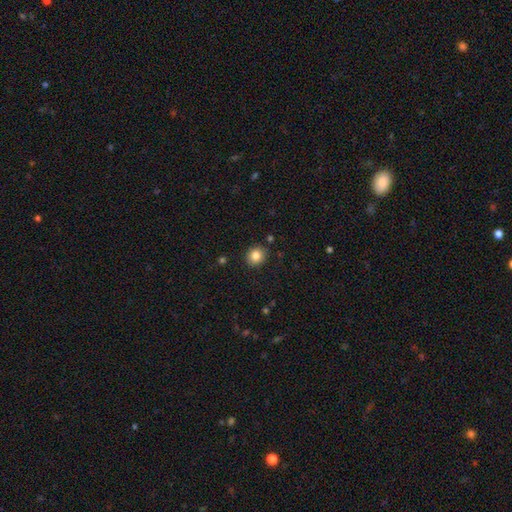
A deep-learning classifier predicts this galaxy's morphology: type=smooth (83%); roundness=round (79%); merging=none (88%).